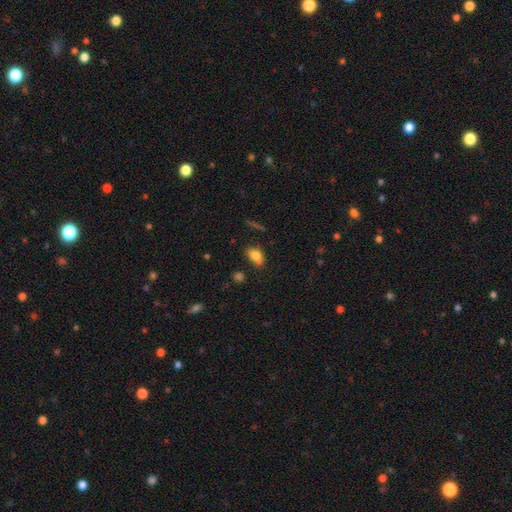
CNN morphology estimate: A smooth galaxy with no disk features (80%) that is in between round and cigar-shaped (79%). Merging: none (60%).